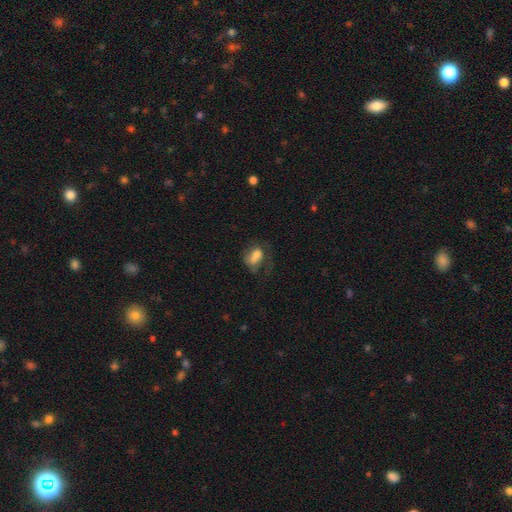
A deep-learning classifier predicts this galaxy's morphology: This is likely a smooth galaxy (63%). How rounded: likely in between (78%). Merging: marginally major disturbance (41%).